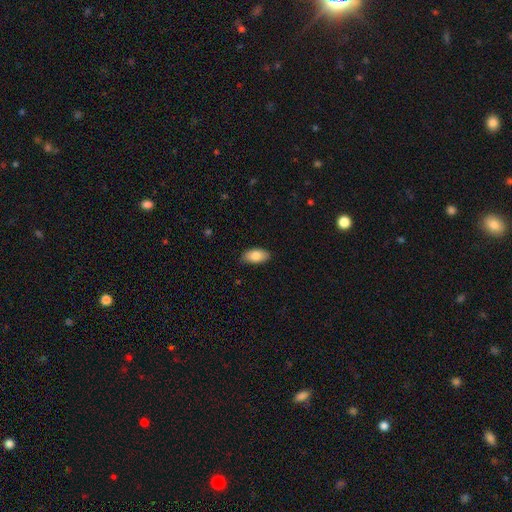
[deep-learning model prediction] smooth-or-featured: smooth: 83% | featured or disk: 11% | star or artifact: 7%
  how-rounded: in between: 94% | round: 3% | cigar-shaped: 3%
  merging: none: 85% | minor disturbance: 12% | major disturbance: 2% | merger: 1%